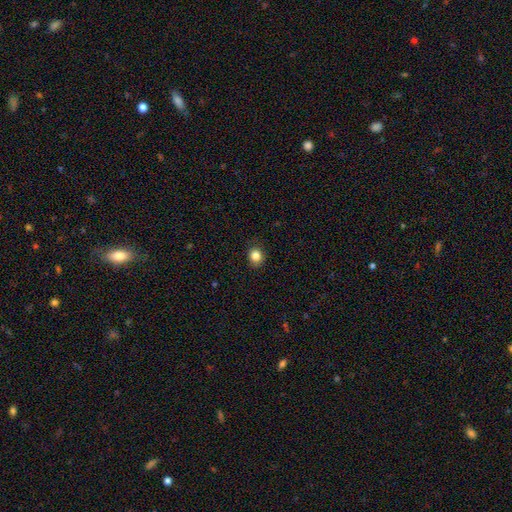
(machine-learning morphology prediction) Smooth or featured?
  - smooth: 84% *
  - star or artifact: 11%
  - featured or disk: 5%
How rounded?
  - round: 71% *
  - in between: 28%
  - cigar-shaped: 1%
Merging?
  - none: 88% *
  - minor disturbance: 9%
  - major disturbance: 2%
  - merger: 1%